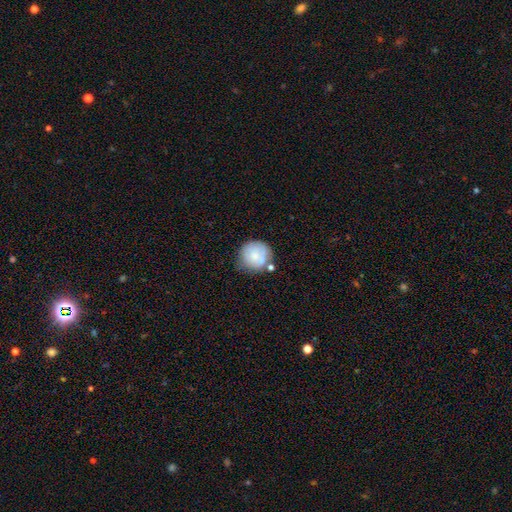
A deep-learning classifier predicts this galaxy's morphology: Overall: smooth (72%). How rounded: round (90%). Merging: none (58%; minor disturbance 24%).